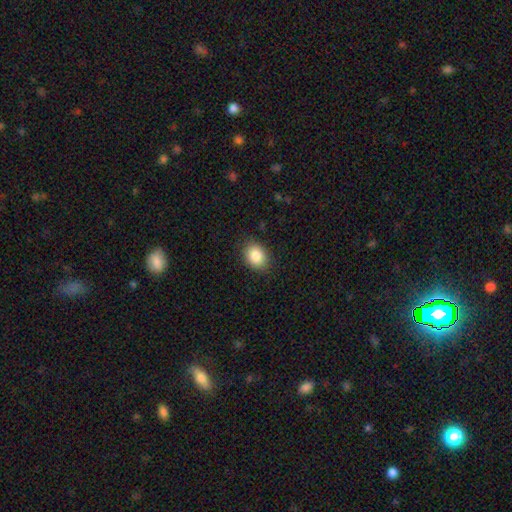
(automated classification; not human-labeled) Smooth or featured?
  - smooth: 87% *
  - star or artifact: 8%
  - featured or disk: 5%
How rounded?
  - in between: 63% *
  - round: 36%
  - cigar-shaped: 1%
Merging?
  - none: 86% *
  - minor disturbance: 10%
  - major disturbance: 3%
  - merger: 1%